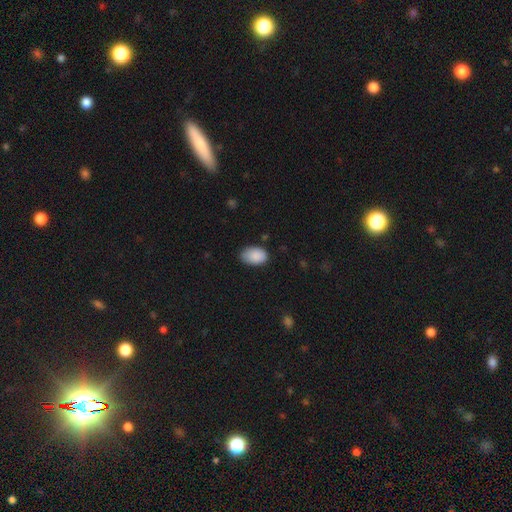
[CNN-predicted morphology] This is clearly a smooth galaxy (88%). How rounded: clearly in between (90%). Merging: likely none (72%).